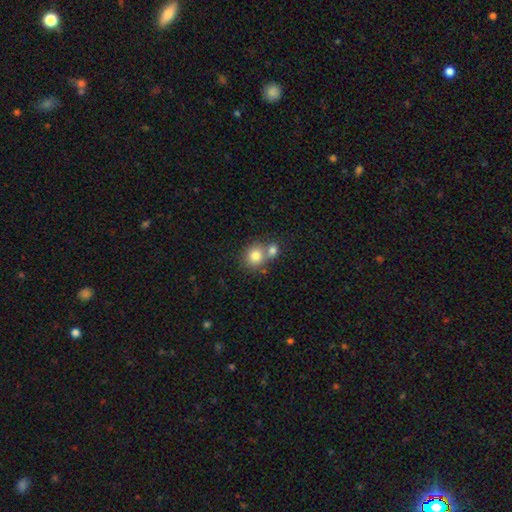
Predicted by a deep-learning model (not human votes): This is likely a smooth galaxy (80%). How rounded: clearly round (81%). Merging: possibly merger (46%).